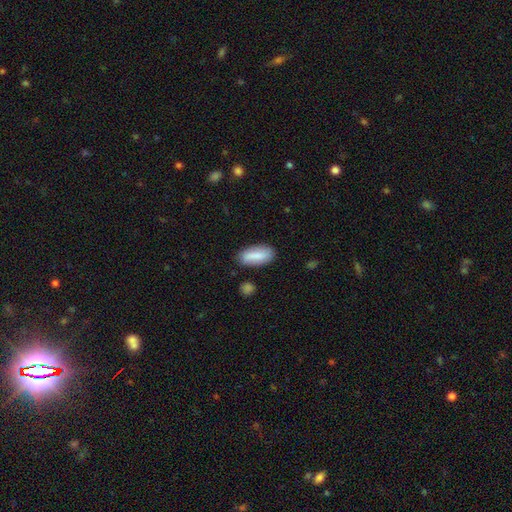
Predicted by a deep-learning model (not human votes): Smooth or featured? smooth (82%)
How rounded? in between (82%)
Merging? none (83%)